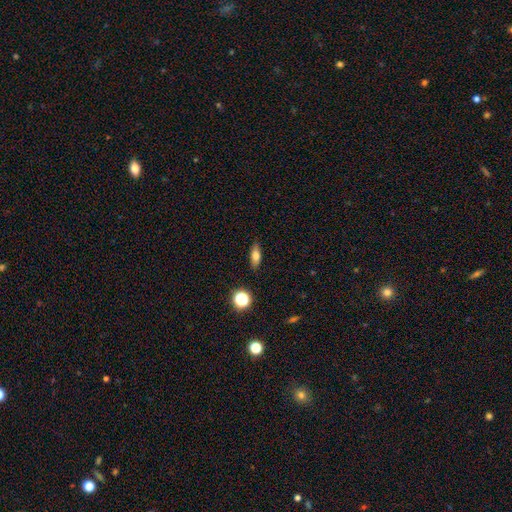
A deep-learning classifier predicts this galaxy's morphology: Smooth or featured? smooth (70%)
How rounded? in between (62%)
Merging? none (86%)